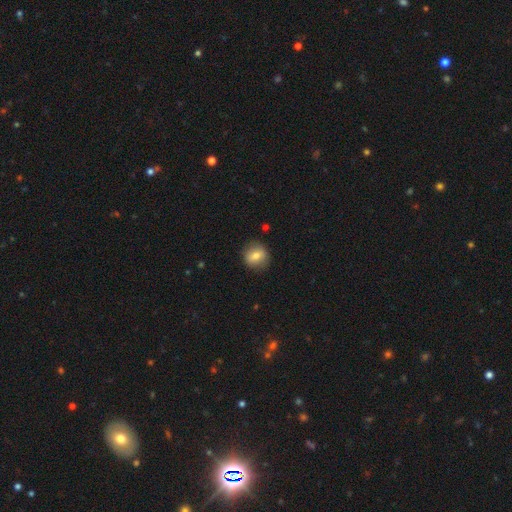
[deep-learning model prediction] Smooth or featured? Predicted: smooth (p=0.72). How rounded? Predicted: round (p=0.80). Merging? Predicted: none (p=0.85).